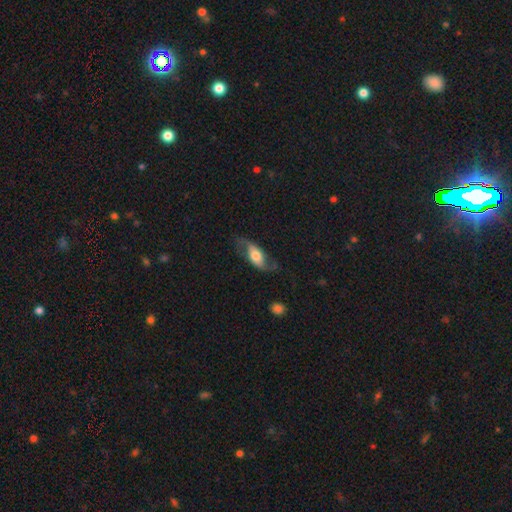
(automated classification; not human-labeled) smooth_or_featured: featured or disk (p=0.64) [alt: smooth p=0.30]
disk_edge_on: no (p=0.86) [alt: yes p=0.14]
bar: no (p=0.55) [alt: weak p=0.29]
has_spiral_arms: yes (p=0.86) [alt: no p=0.14]
bulge_size: moderate (p=0.55) [alt: large p=0.26]
merging: none (p=0.63) [alt: minor disturbance p=0.21]